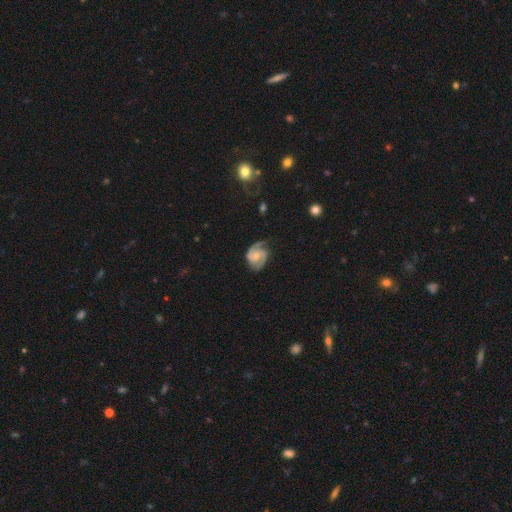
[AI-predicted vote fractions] Overall: featured or disk (86%). Edge-on disk: no (98%). Bar: no (62%; weak 32%). Spiral arms: yes (97%). Spiral arm count: 2 (86%). Spiral winding: medium (46%; tight 43%). Bulge size: small (45%, tied with moderate). Merging: none (66%).